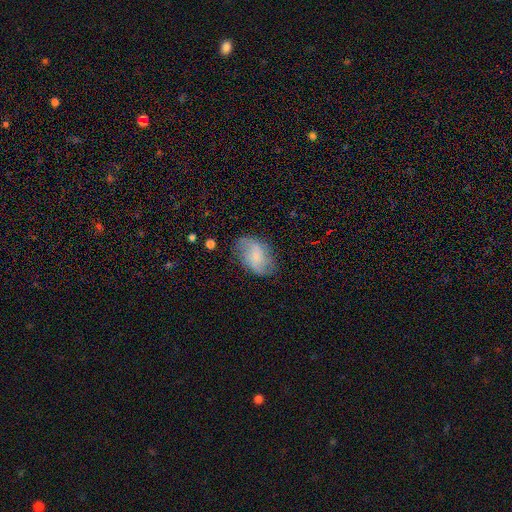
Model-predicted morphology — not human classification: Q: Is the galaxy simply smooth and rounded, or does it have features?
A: featured or disk — 47%.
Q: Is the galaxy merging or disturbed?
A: none — 69%.